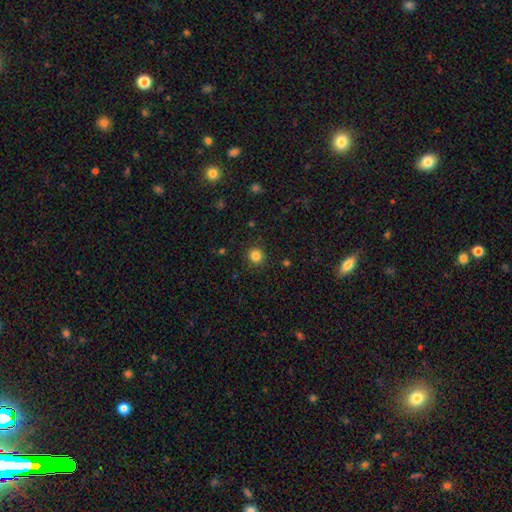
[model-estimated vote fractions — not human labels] A smooth galaxy with no disk features (84%) that is round (93%).

Vote fractions:
- Smooth or featured? smooth: 84% / star or artifact: 12% / featured or disk: 4%
- How rounded? round: 93% / in between: 6% / cigar-shaped: 1%
- Merging? none: 91% / minor disturbance: 6% / major disturbance: 2% / merger: 1%